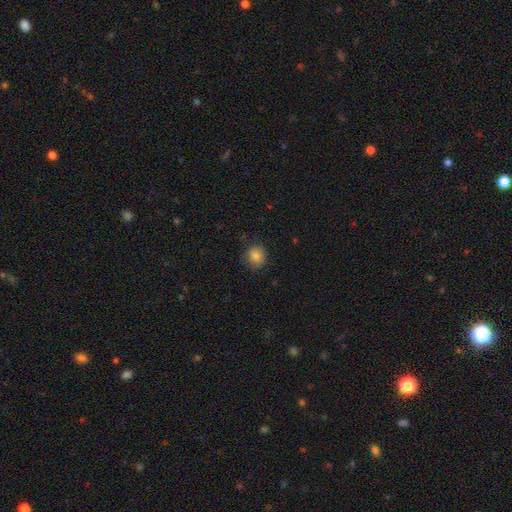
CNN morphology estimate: The model was most divided on "how rounded": round: 80%, in between: 20%, cigar-shaped: 1%. More confident: smooth or featured — smooth (83%); merging — none (82%).